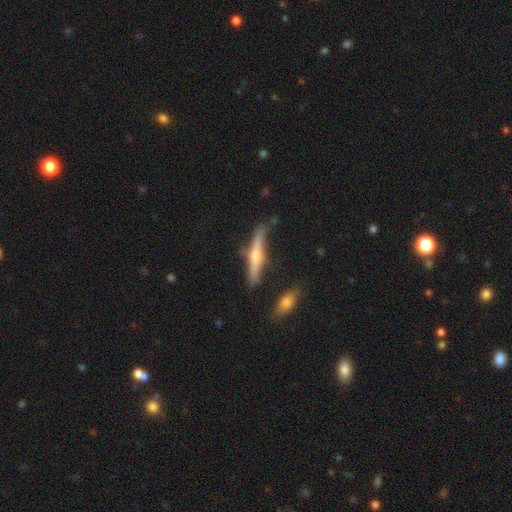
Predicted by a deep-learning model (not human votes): This is possibly a featured or disk galaxy (60%). It is clearly viewed edge-on (96%). Edge-on bulge: clearly rounded (82%). Merging: likely none (76%).